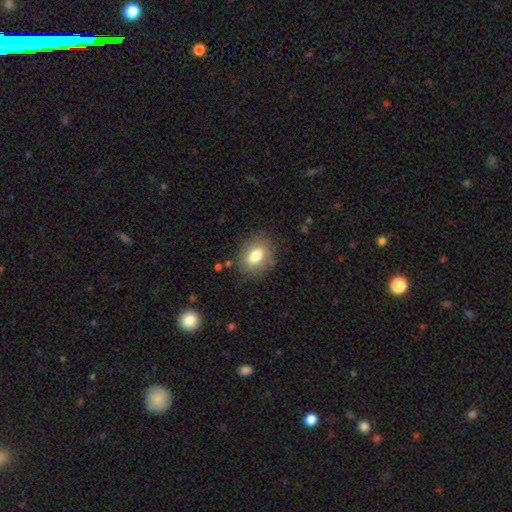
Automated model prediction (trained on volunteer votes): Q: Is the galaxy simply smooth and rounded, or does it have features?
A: smooth — 78%.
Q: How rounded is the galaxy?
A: in between — 65%.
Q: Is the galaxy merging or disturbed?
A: none — 83%.